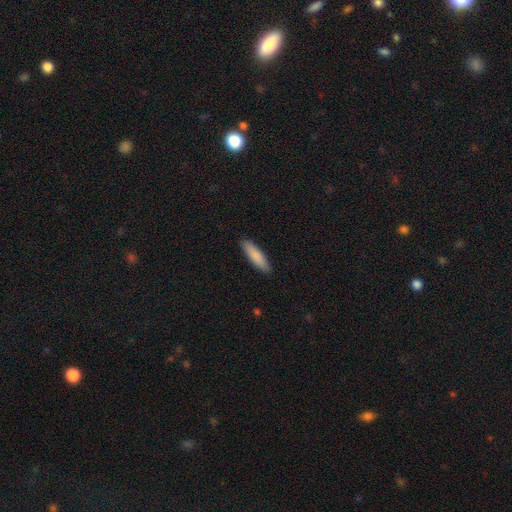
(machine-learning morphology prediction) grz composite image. It shows a smooth galaxy with no disk features (86%) that is cigar-shaped (70%). Merging: none (90%).